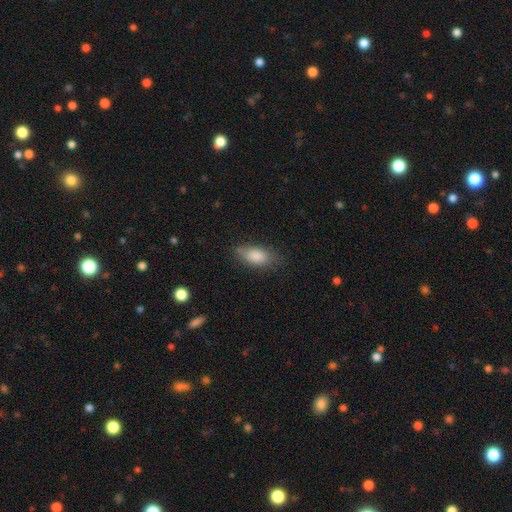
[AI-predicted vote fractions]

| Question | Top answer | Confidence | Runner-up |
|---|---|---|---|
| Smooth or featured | smooth | 83% | featured or disk (10%) |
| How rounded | in between | 86% | cigar-shaped (10%) |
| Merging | none | 75% | minor disturbance (19%) |